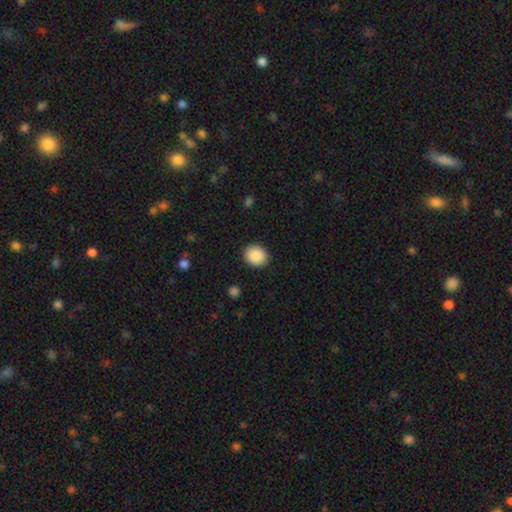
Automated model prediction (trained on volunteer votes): Overall: smooth (90%). How rounded: round (69%; in between 30%). Merging: none (90%).